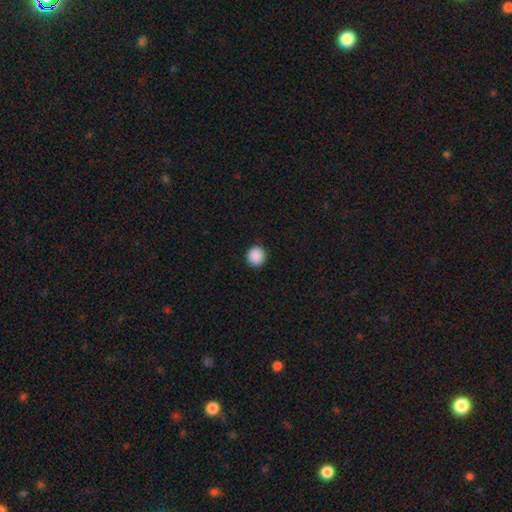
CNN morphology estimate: type=smooth (90%); roundness=round (93%); merging=none (92%).